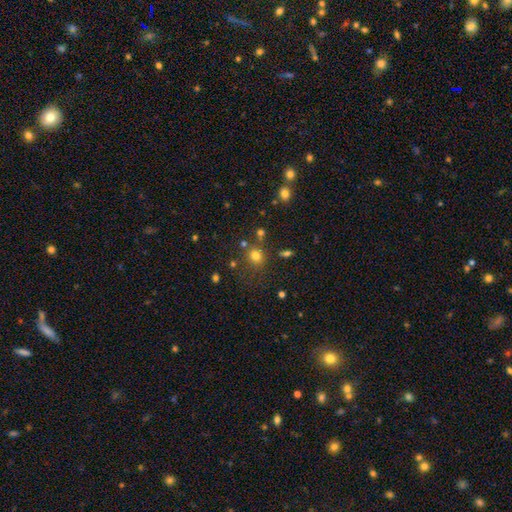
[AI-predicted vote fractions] This appears to be a smooth galaxy with no disk features (75%) that is round (84%). Merging: none (74%).